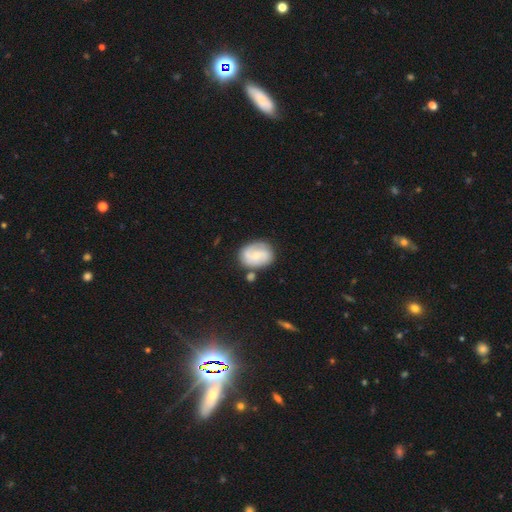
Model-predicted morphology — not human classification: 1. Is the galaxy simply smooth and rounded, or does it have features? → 50% featured or disk, 43% smooth, 7% star or artifact.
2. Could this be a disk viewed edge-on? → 98% no, 2% yes.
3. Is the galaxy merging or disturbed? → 64% none, 20% minor disturbance, 9% merger, 7% major disturbance.